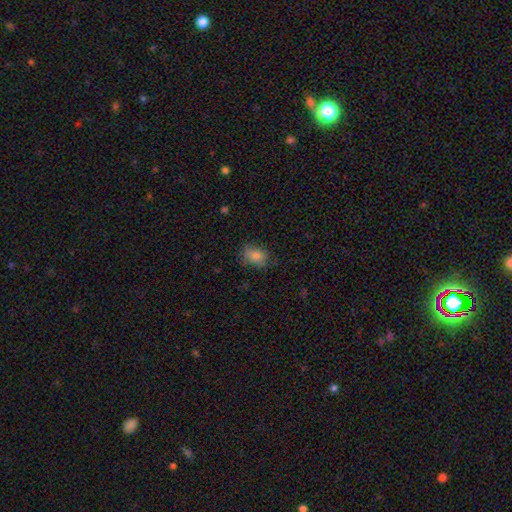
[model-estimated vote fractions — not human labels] smooth-or-featured: smooth: 80% | star or artifact: 11% | featured or disk: 9%
  how-rounded: in between: 75% | round: 23% | cigar-shaped: 2%
  merging: none: 72% | minor disturbance: 21% | major disturbance: 5% | merger: 1%